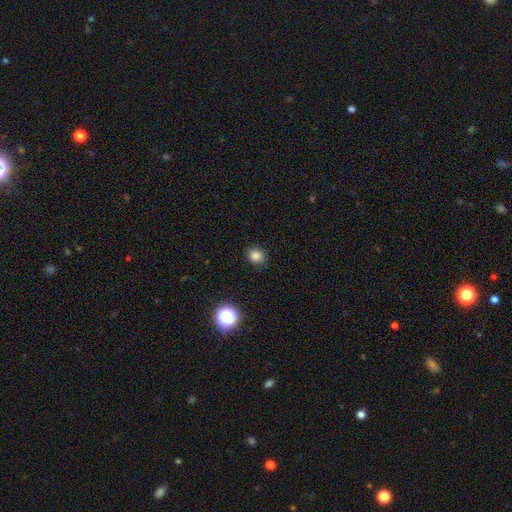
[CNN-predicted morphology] This is clearly a smooth galaxy (82%). How rounded: likely round (74%). Merging: clearly none (90%).